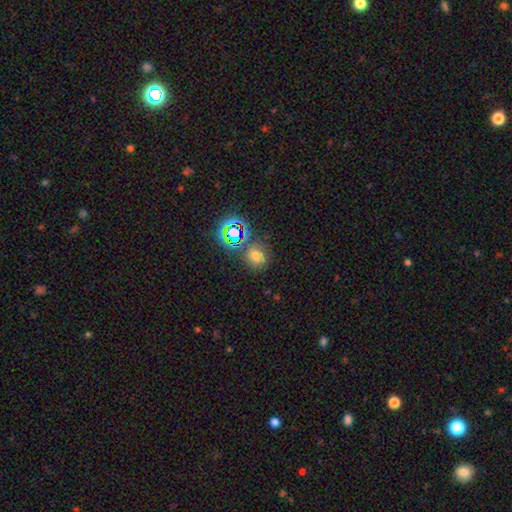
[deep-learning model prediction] Q: Smooth or featured?
A: smooth (56%); runner-up: star or artifact (31%)
Q: How rounded?
A: round (71%); runner-up: in between (27%)
Q: Merging?
A: none (69%); runner-up: minor disturbance (14%)